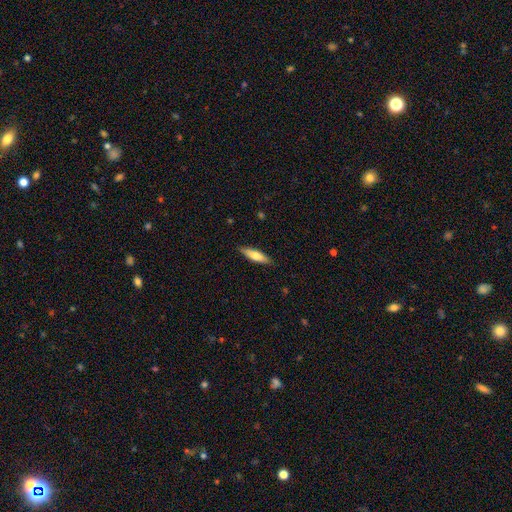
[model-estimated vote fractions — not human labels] Smooth or featured: smooth — 65% (featured or disk — 29%)
How rounded: cigar-shaped — 65% (in between — 33%)
Merging: none — 89% (minor disturbance — 9%)